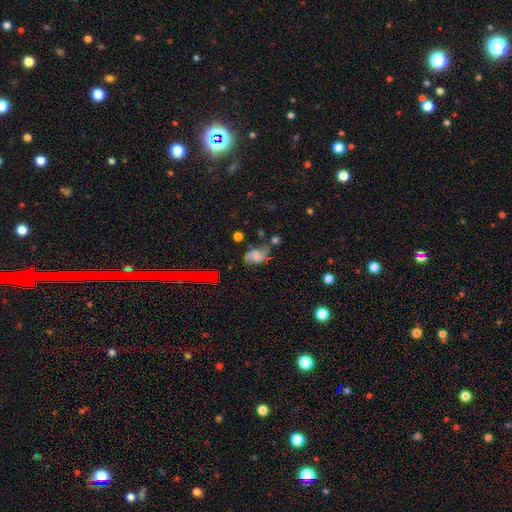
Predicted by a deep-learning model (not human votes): smooth-or-featured: featured or disk: 48% | smooth: 38% | star or artifact: 14%
  merging: none: 46% | minor disturbance: 28% | major disturbance: 15% | merger: 11%